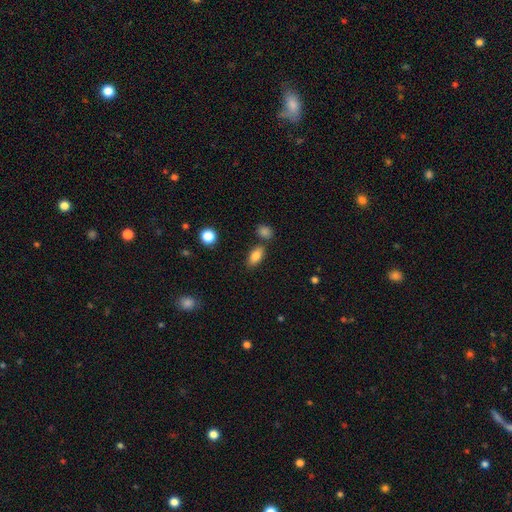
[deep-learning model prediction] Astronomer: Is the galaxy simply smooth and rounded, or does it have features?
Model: smooth — 83%.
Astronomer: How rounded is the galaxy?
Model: in between — 88%.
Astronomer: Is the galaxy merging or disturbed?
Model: none — 75%.